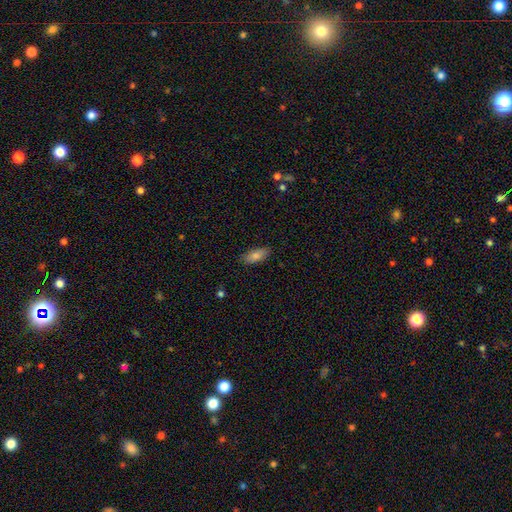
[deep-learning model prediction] Smooth or featured?
  - smooth: 81% *
  - featured or disk: 12%
  - star or artifact: 7%
How rounded?
  - in between: 79% *
  - cigar-shaped: 18%
  - round: 2%
Merging?
  - none: 86% *
  - minor disturbance: 10%
  - major disturbance: 2%
  - merger: 1%